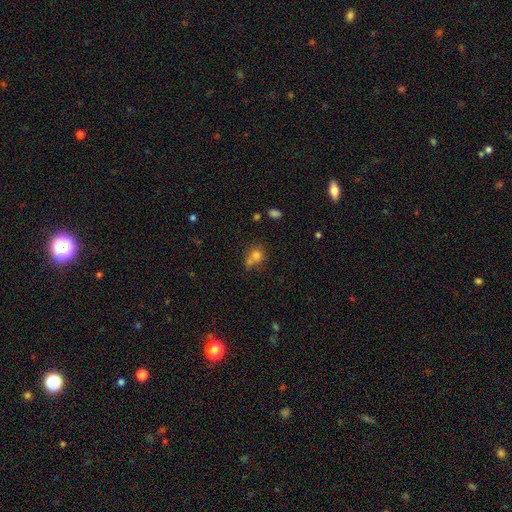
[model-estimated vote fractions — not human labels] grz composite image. It shows a smooth galaxy with no disk features (71%) that is round (75%). Merging: merger (42%).